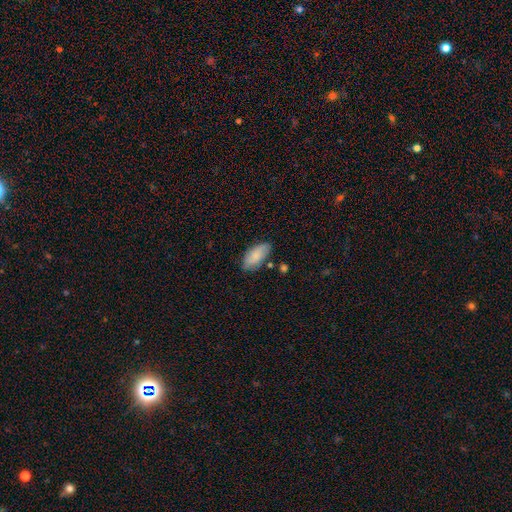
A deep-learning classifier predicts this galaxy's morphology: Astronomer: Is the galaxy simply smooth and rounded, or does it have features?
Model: smooth — 82%.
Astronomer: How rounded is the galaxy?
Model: in between — 92%.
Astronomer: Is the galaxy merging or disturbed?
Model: none — 75%.